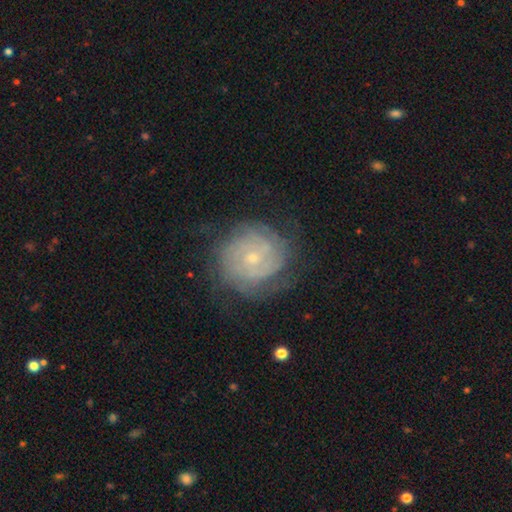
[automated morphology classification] Smooth or featured? Predicted: featured or disk (p=0.75). Edge-on disk? Predicted: no (p=0.97). Bar? Predicted: no (p=0.76). Spiral arms? Predicted: yes (p=0.92). Spiral winding? Predicted: tight (p=0.77). Spiral arm count? Predicted: can't tell (p=0.43). Bulge size? Predicted: small (p=0.72). Merging? Predicted: none (p=0.76).